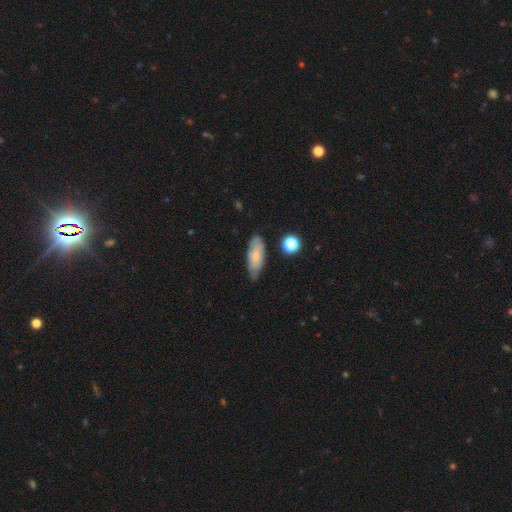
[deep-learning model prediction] Smooth or featured: smooth — 66% (featured or disk — 27%)
How rounded: in between — 75% (cigar-shaped — 23%)
Merging: none — 71% (minor disturbance — 22%)